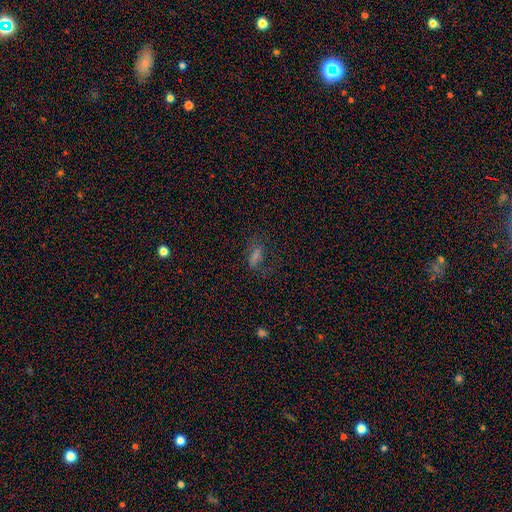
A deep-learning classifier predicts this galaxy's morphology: smooth-or-featured: smooth: 48% | star or artifact: 29% | featured or disk: 23%
  merging: none: 56% | major disturbance: 21% | minor disturbance: 20% | merger: 3%